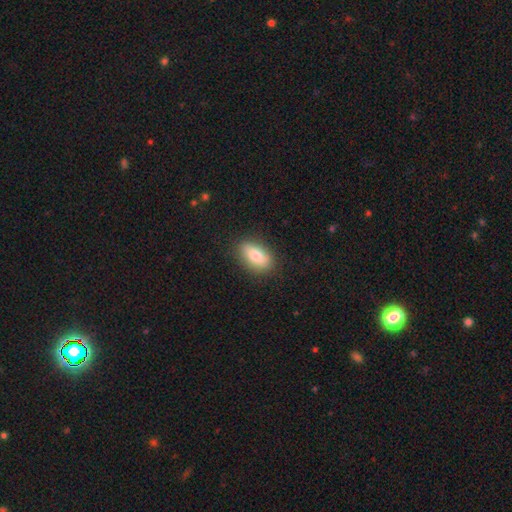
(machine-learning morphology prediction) Smooth or featured? Predicted: smooth (p=0.81). How rounded? Predicted: in between (p=0.85). Merging? Predicted: none (p=0.85).